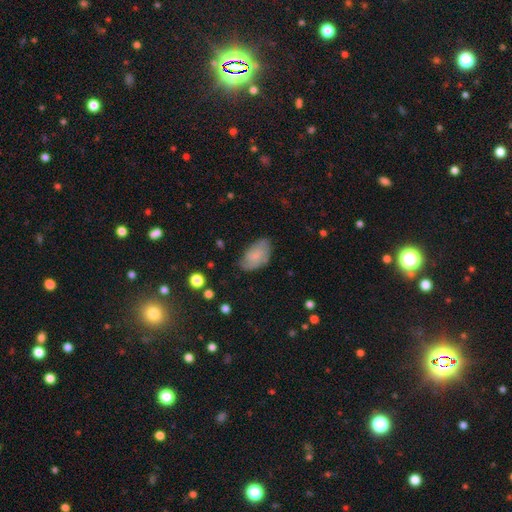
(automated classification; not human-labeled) smooth_or_featured: smooth (p=0.65) [alt: featured or disk p=0.27]
how_rounded: in between (p=0.93) [alt: round p=0.05]
merging: none (p=0.67) [alt: minor disturbance p=0.25]